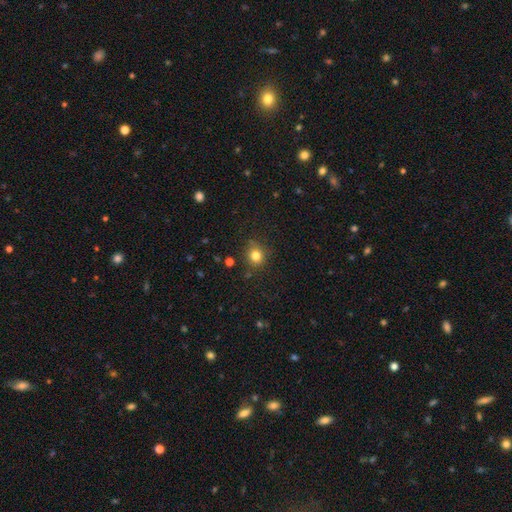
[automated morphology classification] Smooth or featured? Predicted: smooth (p=0.81). How rounded? Predicted: round (p=0.83). Merging? Predicted: none (p=0.81).